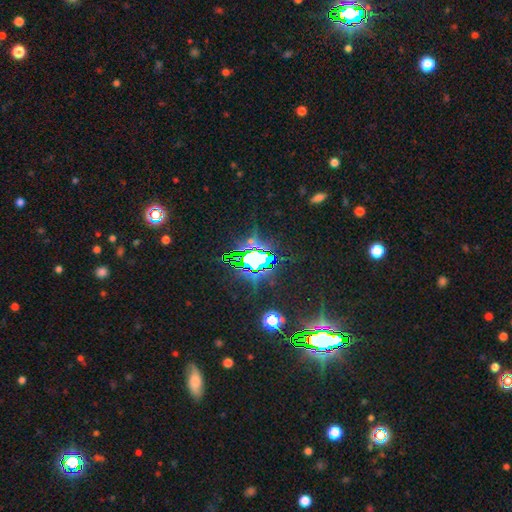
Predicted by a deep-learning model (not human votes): This appears to be a star or artifact, not a galaxy (79%).